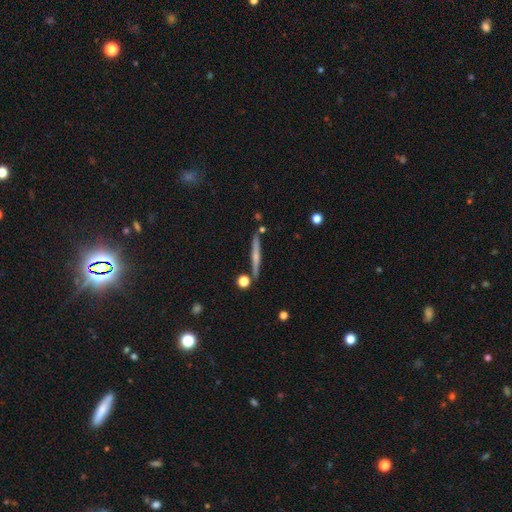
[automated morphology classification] smooth-or-featured: featured or disk: 53% | smooth: 40% | star or artifact: 7%
  disk-edge-on: yes: 97% | no: 3%
    edge-on-bulge: rounded: 51% | none: 41% | boxy: 8%
  merging: none: 85% | minor disturbance: 9% | merger: 4% | major disturbance: 2%